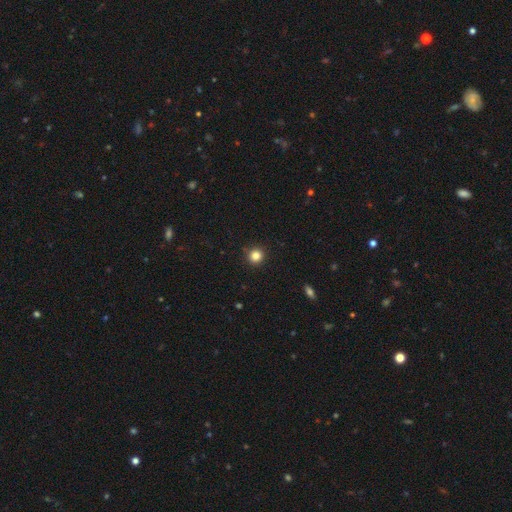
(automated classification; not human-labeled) Smooth or featured? Predicted: smooth (p=0.84). How rounded? Predicted: round (p=0.94). Merging? Predicted: none (p=0.91).